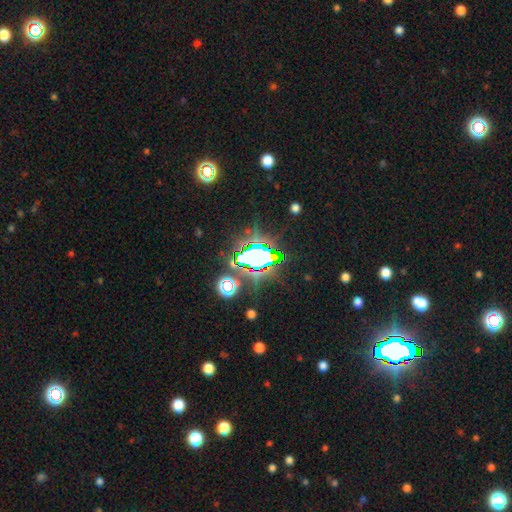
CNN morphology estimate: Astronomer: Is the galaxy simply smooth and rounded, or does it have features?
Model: star or artifact — 70%.